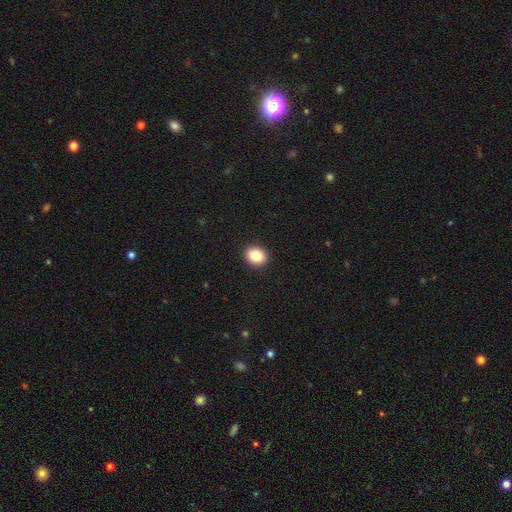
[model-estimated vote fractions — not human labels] Smooth or featured?
  - smooth: 86% *
  - star or artifact: 9%
  - featured or disk: 6%
How rounded?
  - round: 51% *
  - in between: 48%
  - cigar-shaped: 1%
Merging?
  - none: 92% *
  - minor disturbance: 5%
  - major disturbance: 2%
  - merger: 1%